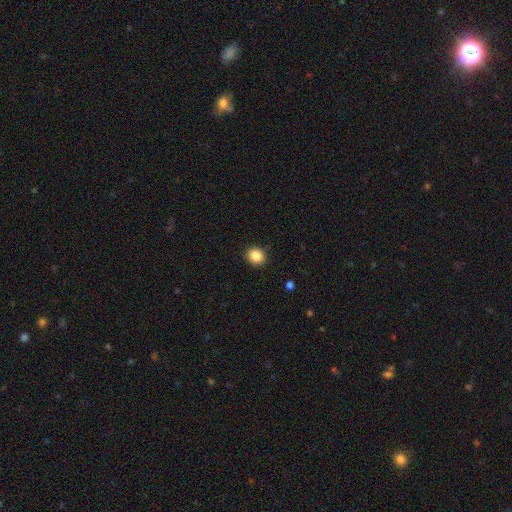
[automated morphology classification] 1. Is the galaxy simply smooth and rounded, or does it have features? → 87% smooth, 10% star or artifact, 4% featured or disk.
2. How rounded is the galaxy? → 77% round, 22% in between, 1% cigar-shaped.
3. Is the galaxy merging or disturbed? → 90% none, 7% minor disturbance, 2% major disturbance, 1% merger.